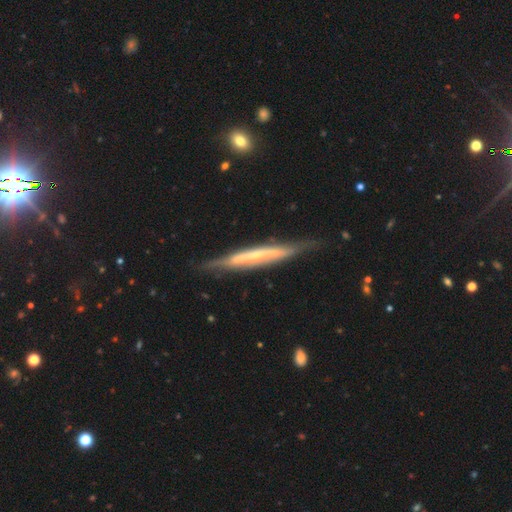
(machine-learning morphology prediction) featured or disk 71%, smooth 23%, star or artifact 6%. Down the decision tree: edge-on disk — yes (88%); edge-on bulge — none (58%); merging — none (73%).